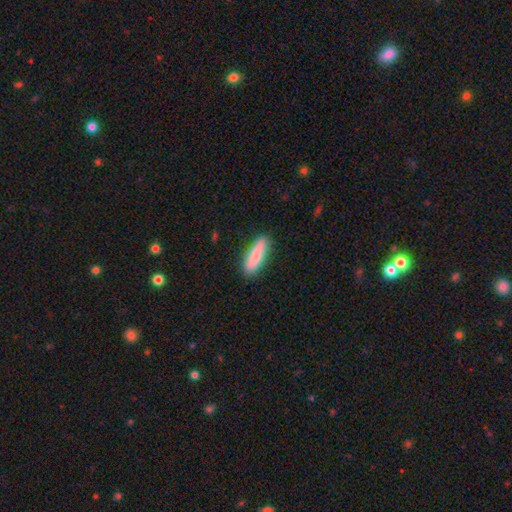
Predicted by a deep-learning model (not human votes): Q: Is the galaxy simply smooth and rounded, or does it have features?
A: smooth — 83%.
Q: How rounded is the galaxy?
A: cigar-shaped — 57%.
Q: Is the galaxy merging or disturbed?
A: none — 86%.